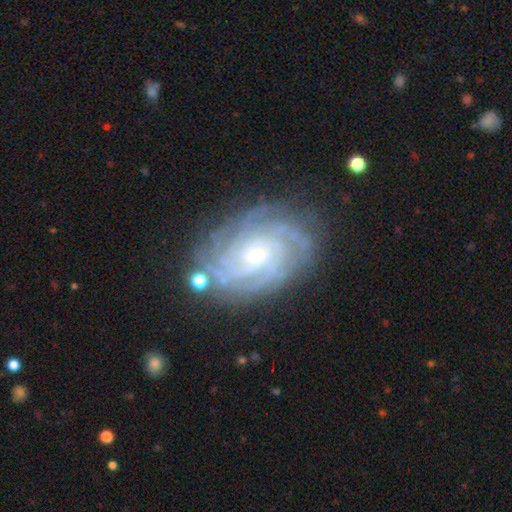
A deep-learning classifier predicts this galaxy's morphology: type=featured or disk (90%); edge-on=no (97%); bar=no (70%); spiral arms=yes (98%); winding=tight (80%); arm count=4 (32%); bulge=small (72%); merging=none (80%).